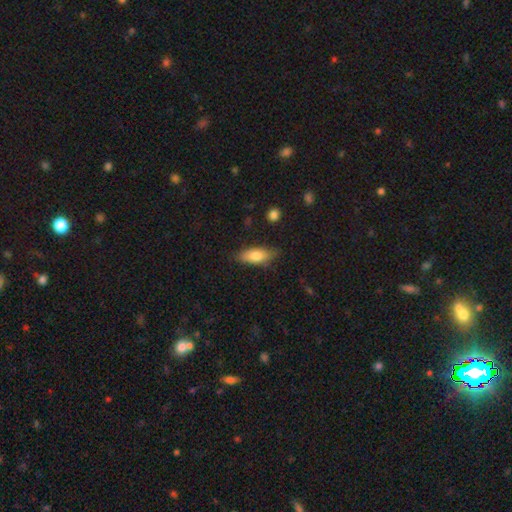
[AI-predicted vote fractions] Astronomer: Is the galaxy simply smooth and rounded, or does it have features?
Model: smooth — 77%.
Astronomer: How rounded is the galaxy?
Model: in between — 71%.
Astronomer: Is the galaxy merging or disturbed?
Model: none — 77%.